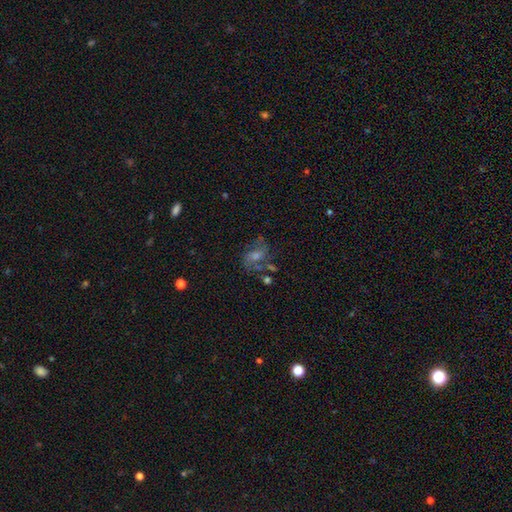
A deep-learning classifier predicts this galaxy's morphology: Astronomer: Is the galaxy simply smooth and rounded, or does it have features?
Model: featured or disk — 62%.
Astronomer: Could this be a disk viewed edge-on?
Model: no — 96%.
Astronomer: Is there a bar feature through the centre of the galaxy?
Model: no — 48% (runner-up: weak, 42%).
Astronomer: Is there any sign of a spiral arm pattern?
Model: yes — 83%.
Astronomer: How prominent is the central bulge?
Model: moderate — 49% (runner-up: small, 35%).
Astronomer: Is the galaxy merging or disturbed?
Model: none — 61%.